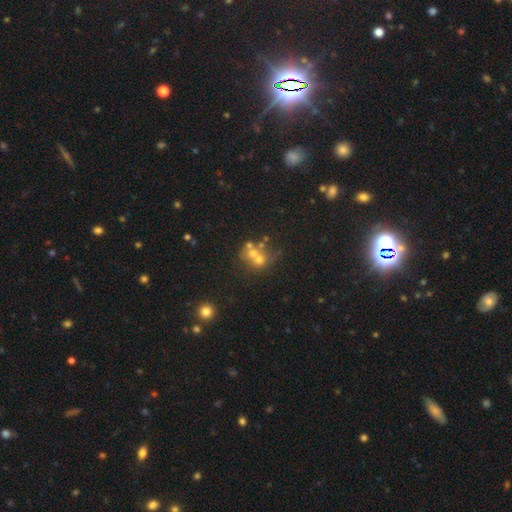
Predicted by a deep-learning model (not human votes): Overall: smooth (50%; featured or disk 32%). Merging: merger (52%; none 33%).